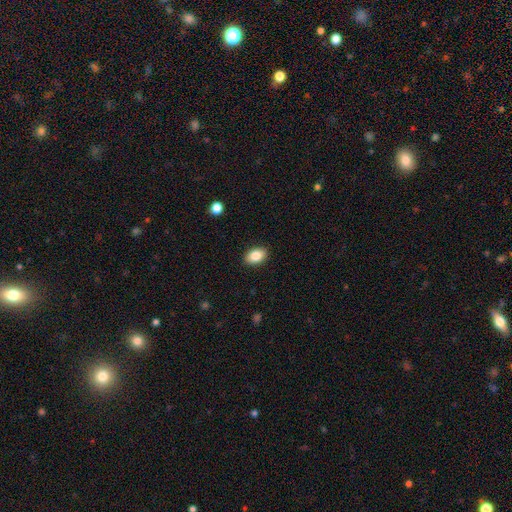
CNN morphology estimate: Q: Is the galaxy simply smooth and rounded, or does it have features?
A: smooth — 86%.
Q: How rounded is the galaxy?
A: in between — 87%.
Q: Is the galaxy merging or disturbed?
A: none — 89%.